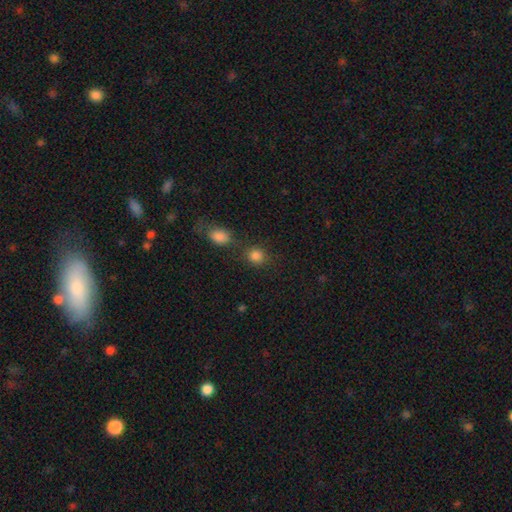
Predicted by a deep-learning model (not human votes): Smooth or featured? Predicted: smooth (p=0.83). How rounded? Predicted: round (p=0.82). Merging? Predicted: none (p=0.66).